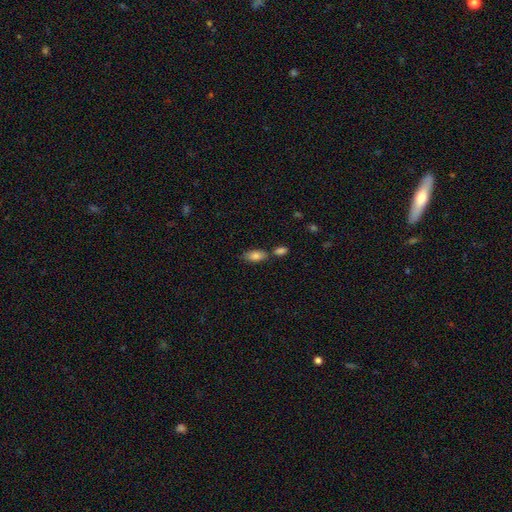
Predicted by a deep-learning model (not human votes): This appears to be a smooth galaxy with no disk features (84%) that is in between round and cigar-shaped (89%). Merging: none (58%).